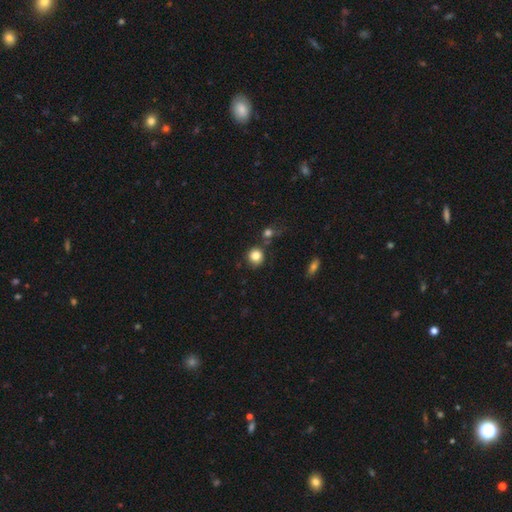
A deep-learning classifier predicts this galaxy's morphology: A smooth galaxy with no disk features (83%) that is round (87%).

Vote fractions:
- Smooth or featured? smooth: 83% / star or artifact: 10% / featured or disk: 6%
- How rounded? round: 87% / in between: 12% / cigar-shaped: 1%
- Merging? none: 75% / minor disturbance: 12% / merger: 9% / major disturbance: 4%